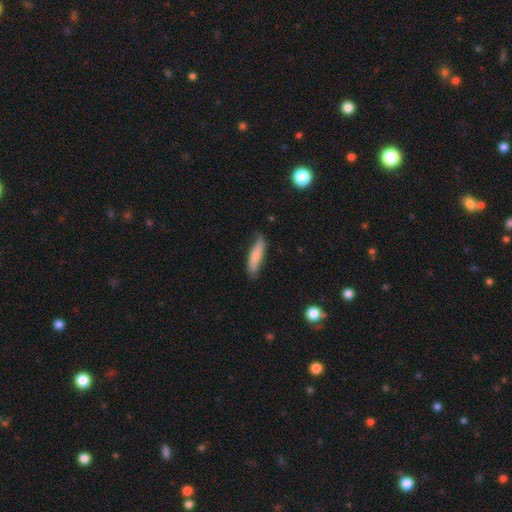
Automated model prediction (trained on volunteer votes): Q: Smooth or featured?
A: smooth (73%); runner-up: featured or disk (22%)
Q: How rounded?
A: cigar-shaped (72%); runner-up: in between (26%)
Q: Merging?
A: none (72%); runner-up: minor disturbance (23%)